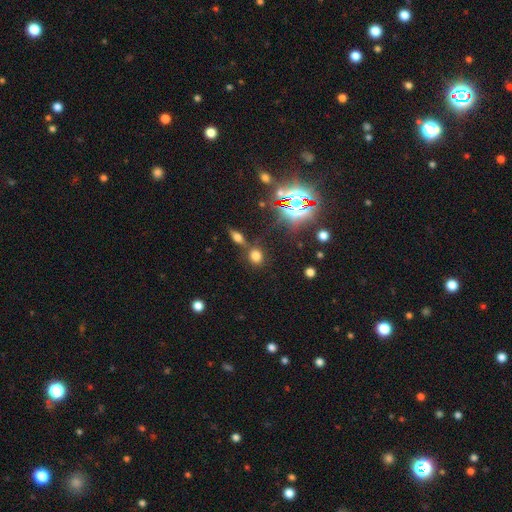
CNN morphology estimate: The model was most divided on "how rounded": round: 67%, in between: 31%, cigar-shaped: 3%. More confident: merging — none (70%); smooth or featured — smooth (66%).